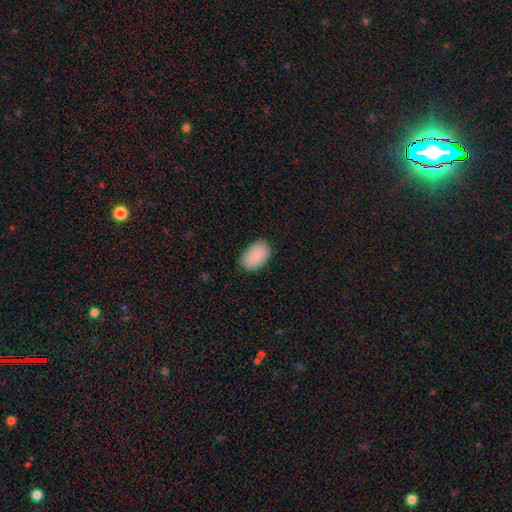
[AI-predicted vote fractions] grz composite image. It shows a smooth galaxy with no disk features (88%) that is in between round and cigar-shaped (92%). Merging: none (85%).